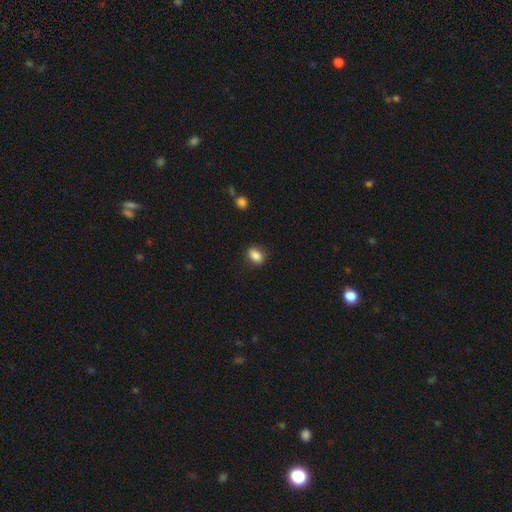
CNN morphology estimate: Smooth or featured?
  - smooth: 85% *
  - star or artifact: 9%
  - featured or disk: 6%
How rounded?
  - in between: 74% *
  - round: 24%
  - cigar-shaped: 2%
Merging?
  - none: 84% *
  - minor disturbance: 12%
  - major disturbance: 3%
  - merger: 1%